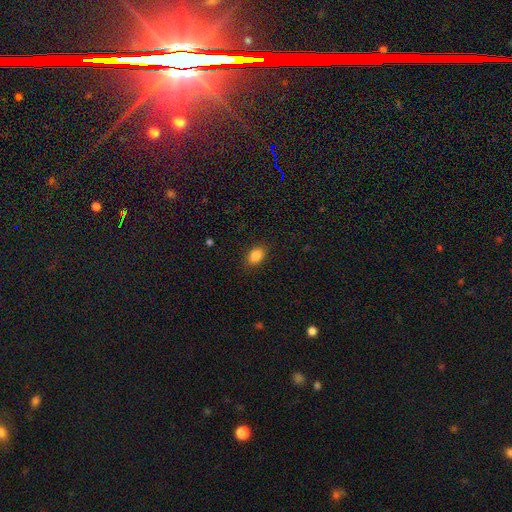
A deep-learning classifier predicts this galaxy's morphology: smooth-or-featured: smooth: 85% | star or artifact: 9% | featured or disk: 6%
  how-rounded: in between: 79% | round: 20% | cigar-shaped: 1%
  merging: none: 87% | minor disturbance: 9% | major disturbance: 2% | merger: 1%